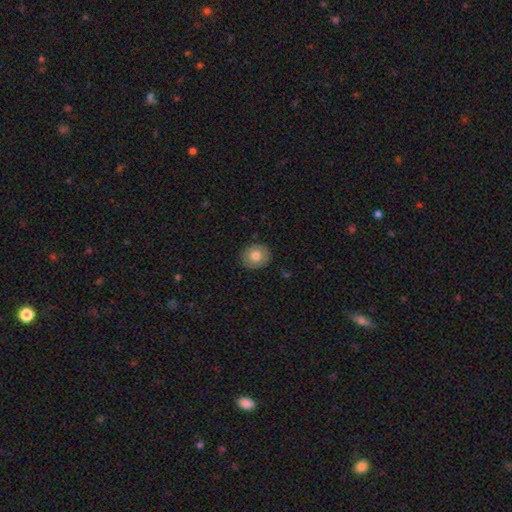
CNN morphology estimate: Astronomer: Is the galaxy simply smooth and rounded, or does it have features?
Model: smooth — 76%.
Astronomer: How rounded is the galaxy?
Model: round — 82%.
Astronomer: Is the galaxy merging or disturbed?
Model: none — 89%.